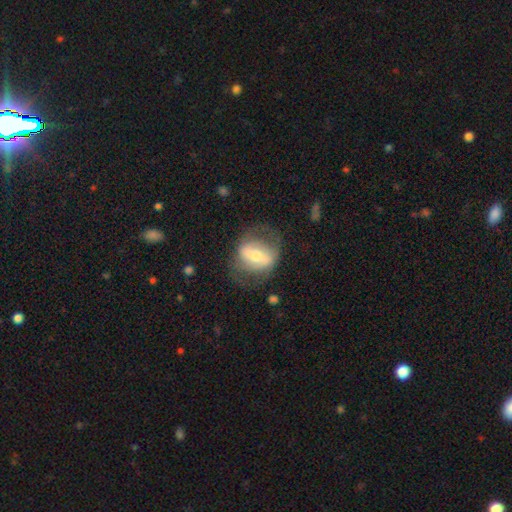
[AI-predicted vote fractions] Smooth or featured? Predicted: featured or disk (p=0.59). Edge-on disk? Predicted: no (p=0.90). Bar? Predicted: strong (p=0.54). Spiral arms? Predicted: no (p=0.57). Bulge size? Predicted: moderate (p=0.55). Merging? Predicted: none (p=0.61).